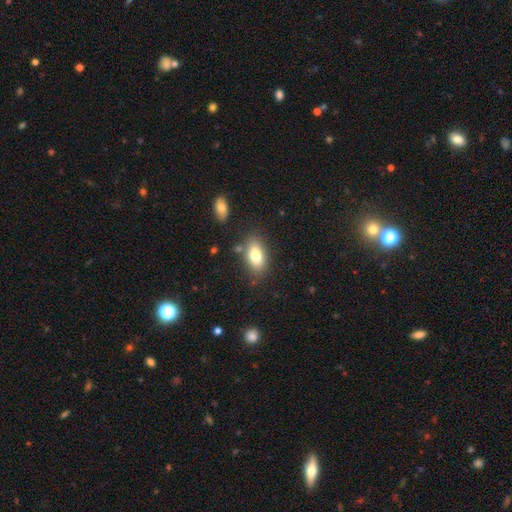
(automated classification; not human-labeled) Smooth or featured? smooth (78%)
How rounded? in between (88%)
Merging? none (78%)